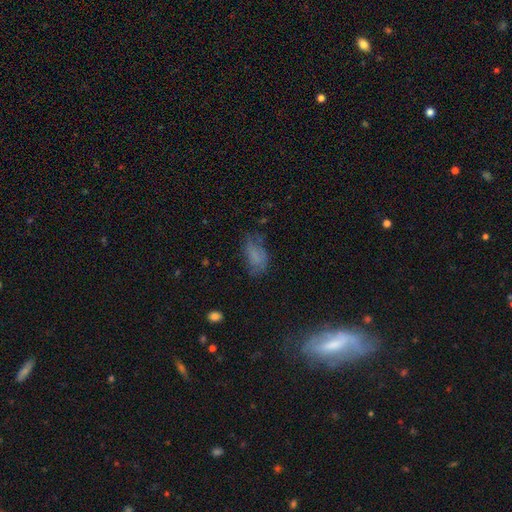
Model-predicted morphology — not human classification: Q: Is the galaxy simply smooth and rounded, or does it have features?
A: smooth — 66%.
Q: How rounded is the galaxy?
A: in between — 89%.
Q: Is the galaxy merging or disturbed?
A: none — 49%.